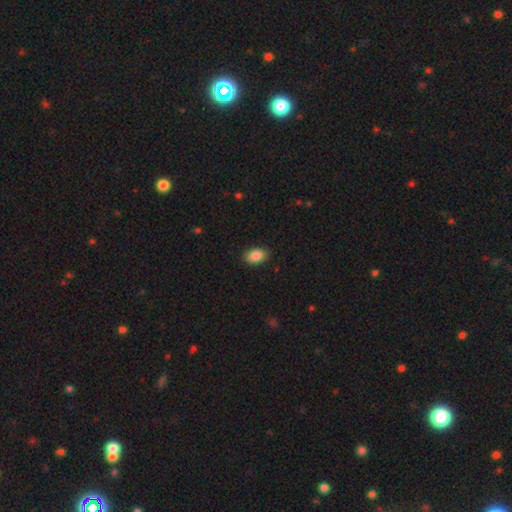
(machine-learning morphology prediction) Smooth or featured?
  - smooth: 89% *
  - star or artifact: 7%
  - featured or disk: 4%
How rounded?
  - in between: 90% *
  - round: 8%
  - cigar-shaped: 1%
Merging?
  - none: 88% *
  - minor disturbance: 8%
  - major disturbance: 2%
  - merger: 1%